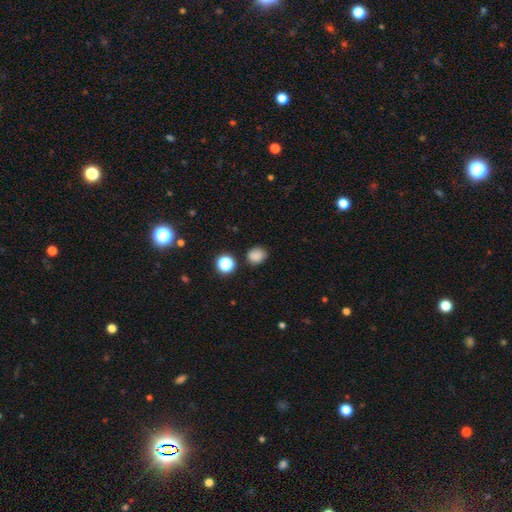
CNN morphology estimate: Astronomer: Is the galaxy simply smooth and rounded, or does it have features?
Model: smooth — 82%.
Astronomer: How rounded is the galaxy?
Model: round — 74%.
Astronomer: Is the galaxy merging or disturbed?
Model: none — 80%.